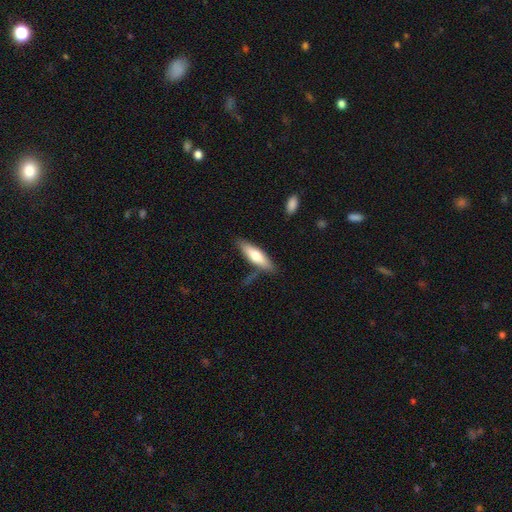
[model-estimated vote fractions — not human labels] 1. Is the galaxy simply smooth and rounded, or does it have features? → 65% smooth, 30% featured or disk, 6% star or artifact.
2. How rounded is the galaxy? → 59% cigar-shaped, 39% in between, 2% round.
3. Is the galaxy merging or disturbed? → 75% none, 16% minor disturbance, 5% merger, 4% major disturbance.